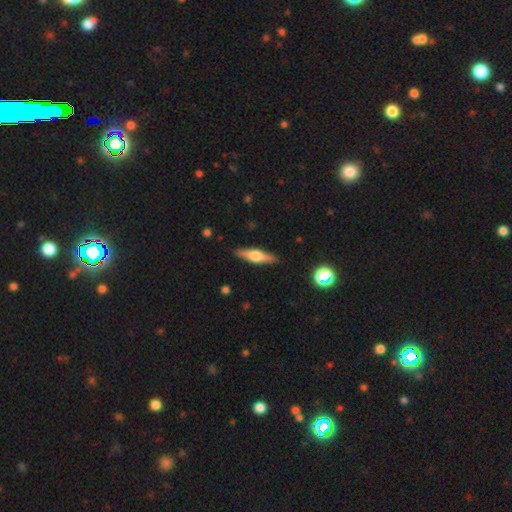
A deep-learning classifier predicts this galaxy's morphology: Smooth or featured: featured or disk — 63% (smooth — 31%)
Edge-on disk: yes — 96% (no — 4%)
Edge-on bulge: rounded — 92% (boxy — 5%)
Merging: none — 90% (minor disturbance — 7%)